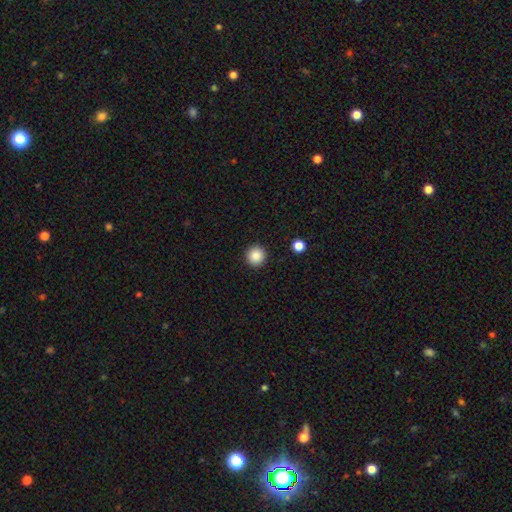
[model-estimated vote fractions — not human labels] Smooth or featured: smooth — 87% (star or artifact — 9%)
How rounded: round — 95% (in between — 4%)
Merging: none — 93% (minor disturbance — 4%)